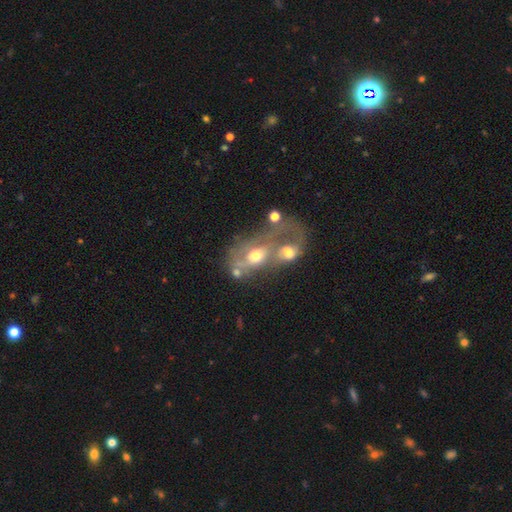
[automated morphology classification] Smooth or featured? Predicted: featured or disk (p=0.51). Edge-on disk? Predicted: no (p=0.94). Merging? Predicted: merger (p=0.73).